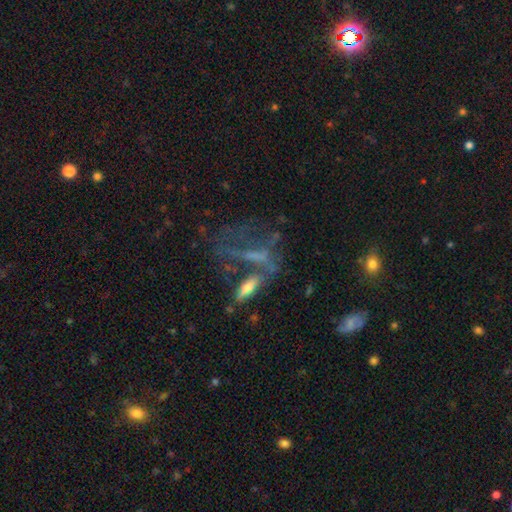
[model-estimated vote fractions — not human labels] Smooth or featured: featured or disk — 50% (smooth — 29%)
Merging: none — 36% (major disturbance — 28%)